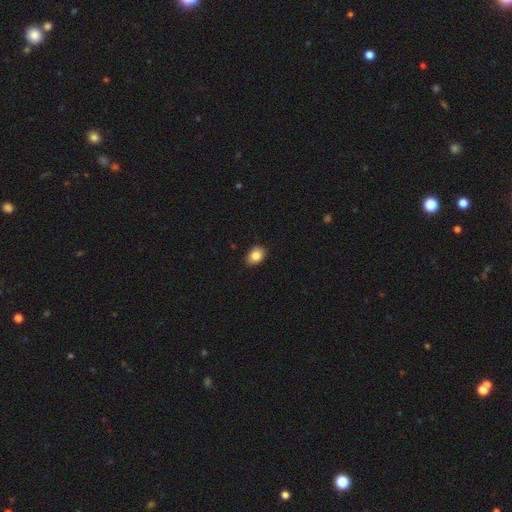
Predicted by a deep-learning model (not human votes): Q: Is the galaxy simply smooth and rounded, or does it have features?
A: smooth — 84%.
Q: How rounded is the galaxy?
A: in between — 73%.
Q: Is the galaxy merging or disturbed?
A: none — 86%.